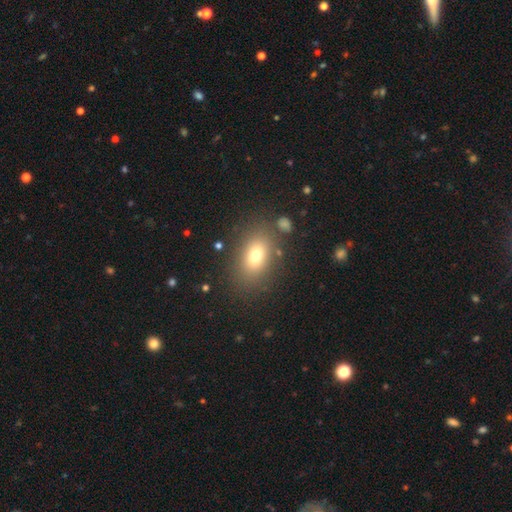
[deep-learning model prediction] A smooth galaxy with no disk features (74%) that is in between round and cigar-shaped (81%). Merging: none (81%).